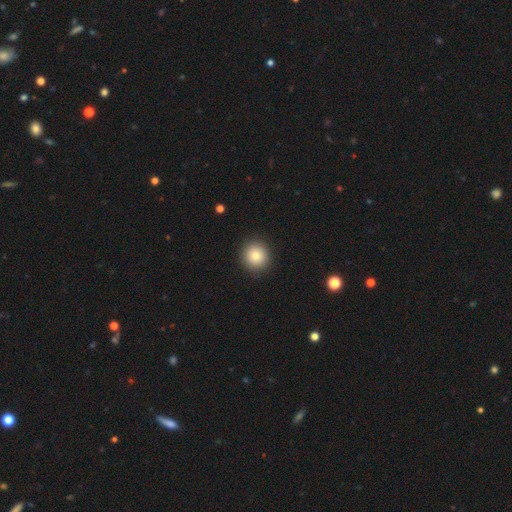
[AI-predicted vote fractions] smooth_or_featured: smooth (p=0.81) [alt: star or artifact p=0.10]
how_rounded: round (p=0.93) [alt: in between p=0.06]
merging: none (p=0.91) [alt: minor disturbance p=0.06]